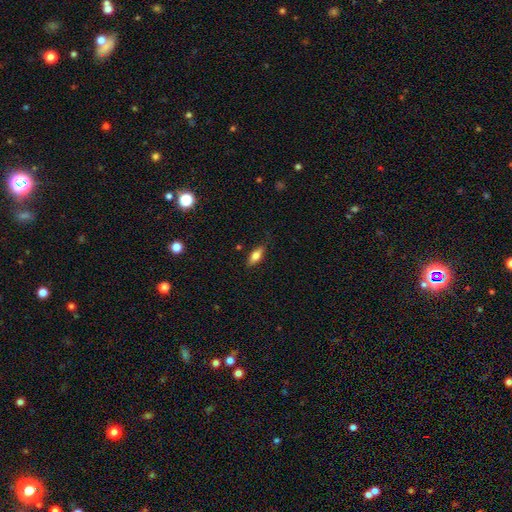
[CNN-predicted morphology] Smooth or featured? smooth (68%)
How rounded? in between (71%)
Merging? none (81%)